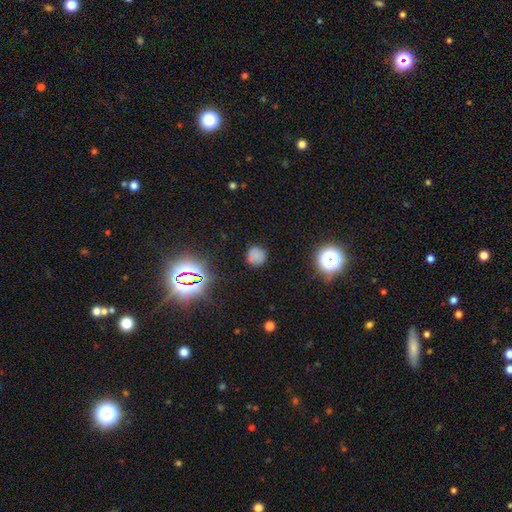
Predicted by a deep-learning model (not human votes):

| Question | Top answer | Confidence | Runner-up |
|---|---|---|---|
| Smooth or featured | smooth | 68% | star or artifact (24%) |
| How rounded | round | 90% | in between (9%) |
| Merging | none | 82% | minor disturbance (12%) |